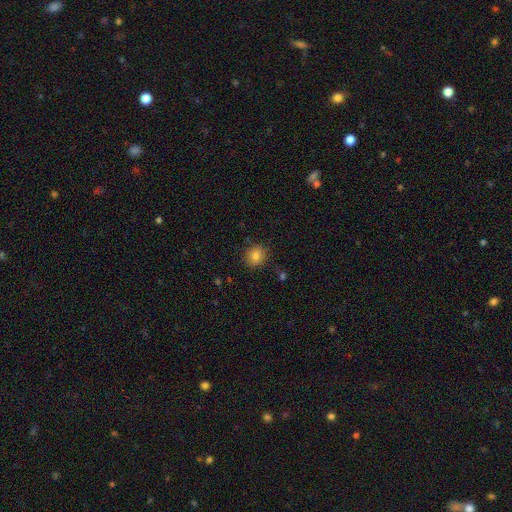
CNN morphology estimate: Smooth or featured? Predicted: smooth (p=0.82). How rounded? Predicted: round (p=0.71). Merging? Predicted: none (p=0.86).